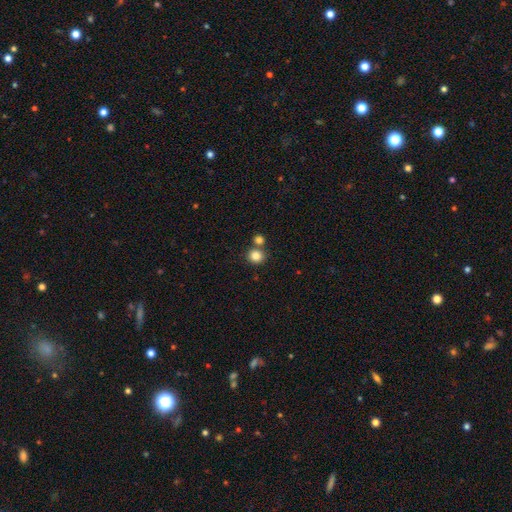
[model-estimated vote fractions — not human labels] Q: Smooth or featured?
A: smooth (84%); runner-up: star or artifact (11%)
Q: How rounded?
A: round (86%); runner-up: in between (13%)
Q: Merging?
A: none (68%); runner-up: merger (22%)